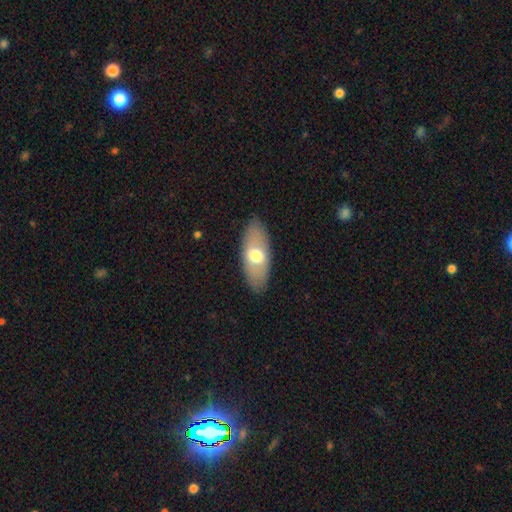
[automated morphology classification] Smooth or featured?
  - smooth: 61% *
  - featured or disk: 33%
  - star or artifact: 6%
How rounded?
  - in between: 83% *
  - cigar-shaped: 14%
  - round: 3%
Merging?
  - none: 85% *
  - minor disturbance: 11%
  - major disturbance: 3%
  - merger: 1%